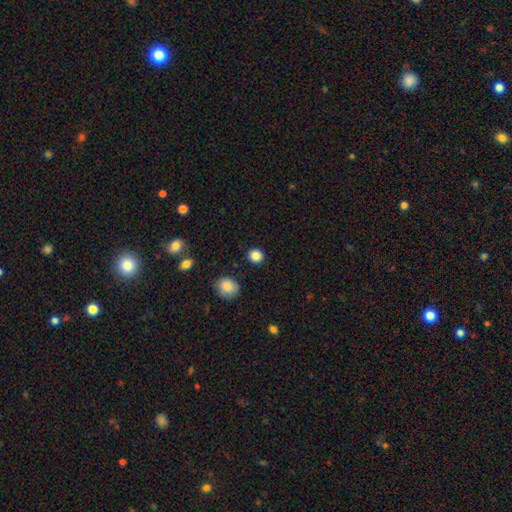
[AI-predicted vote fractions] Smooth or featured?
  - smooth: 86% *
  - star or artifact: 11%
  - featured or disk: 4%
How rounded?
  - round: 87% *
  - in between: 12%
  - cigar-shaped: 1%
Merging?
  - none: 90% *
  - minor disturbance: 7%
  - major disturbance: 2%
  - merger: 2%